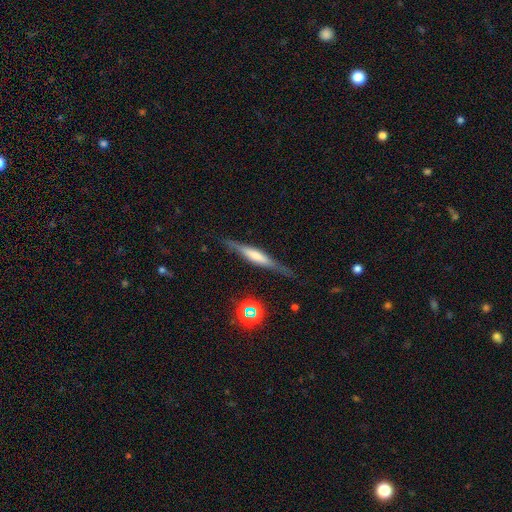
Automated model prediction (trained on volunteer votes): The model was most divided on "edge-on bulge" (2-way tie): rounded: 39%, boxy: 39%, none: 22%. More confident: edge-on disk — yes (94%); merging — none (79%); smooth or featured — featured or disk (57%).